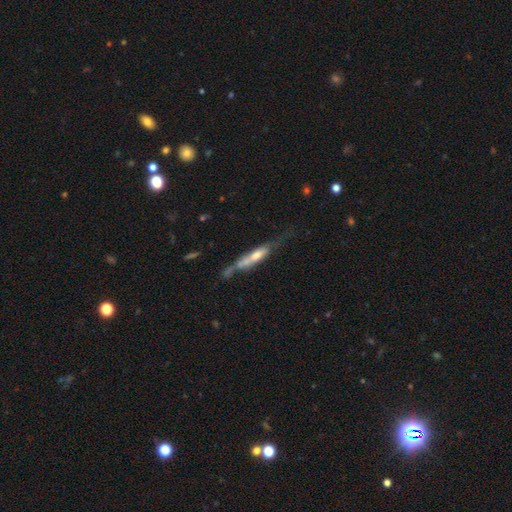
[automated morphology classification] featured or disk 55%, smooth 38%, star or artifact 7%. Down the decision tree: edge-on disk — yes (70%); merging — none (36%).